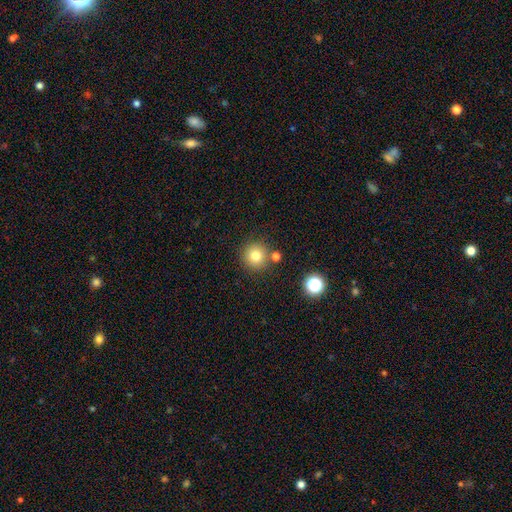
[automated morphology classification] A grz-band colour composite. It shows a smooth galaxy with no disk features (79%) that is round (95%). Merging: none (81%).